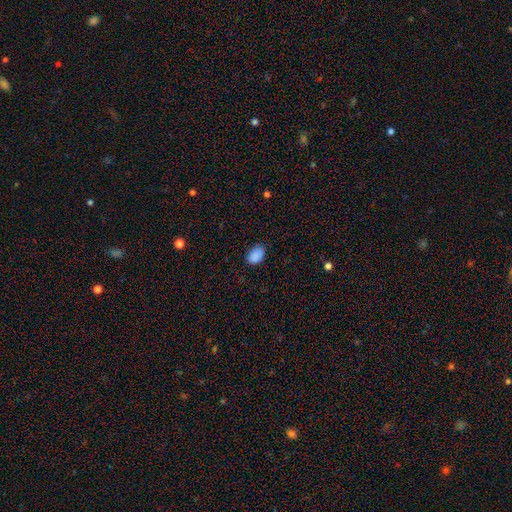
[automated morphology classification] smooth-or-featured: smooth: 89% | star or artifact: 8% | featured or disk: 3%
  how-rounded: in between: 87% | round: 12% | cigar-shaped: 1%
  merging: none: 79% | minor disturbance: 17% | major disturbance: 3% | merger: 1%